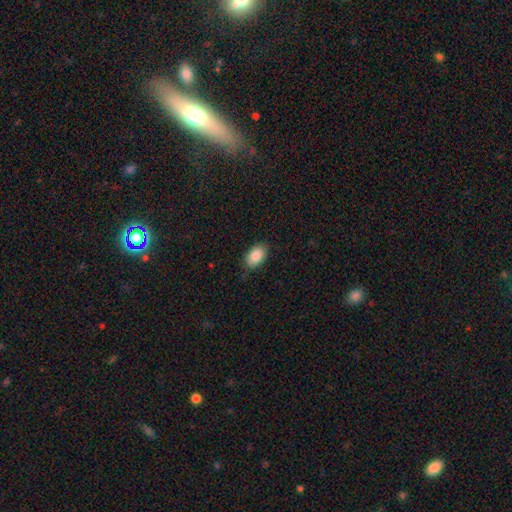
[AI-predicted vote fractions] A smooth galaxy with no disk features (87%) that is in between round and cigar-shaped (92%). Merging: none (84%).